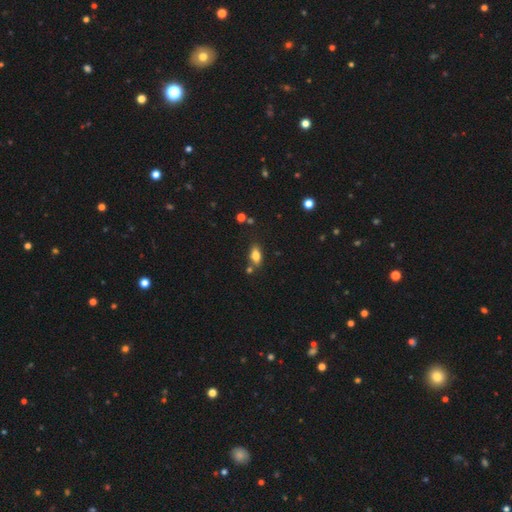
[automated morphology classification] This appears to be a smooth galaxy with no disk features (72%) that is in between round and cigar-shaped (82%). Merging: none (73%).